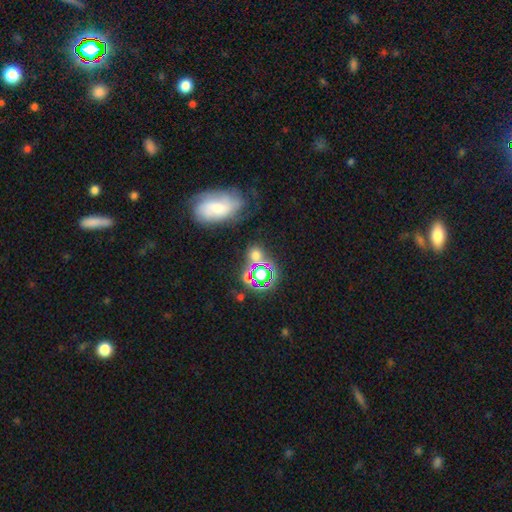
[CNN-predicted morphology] A smooth galaxy with no disk features (47%). Merging: none (66%).